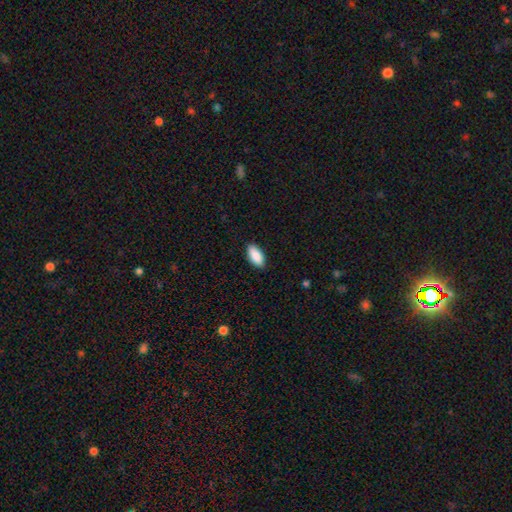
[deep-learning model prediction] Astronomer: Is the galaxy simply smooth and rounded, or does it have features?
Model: smooth — 90%.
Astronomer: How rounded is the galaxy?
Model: in between — 92%.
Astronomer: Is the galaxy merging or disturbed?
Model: none — 89%.